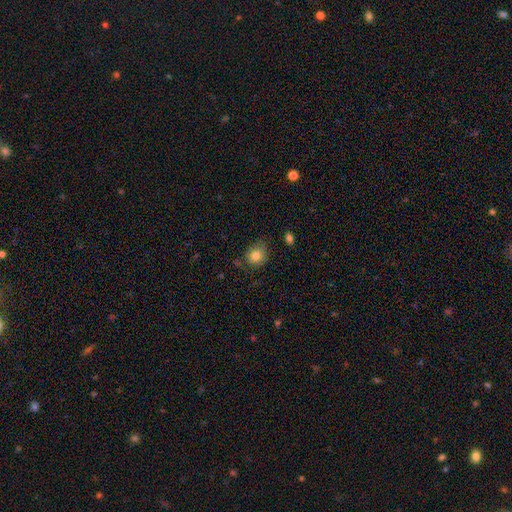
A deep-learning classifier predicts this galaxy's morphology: Smooth or featured? Predicted: smooth (p=0.83). How rounded? Predicted: round (p=0.75). Merging? Predicted: none (p=0.72).